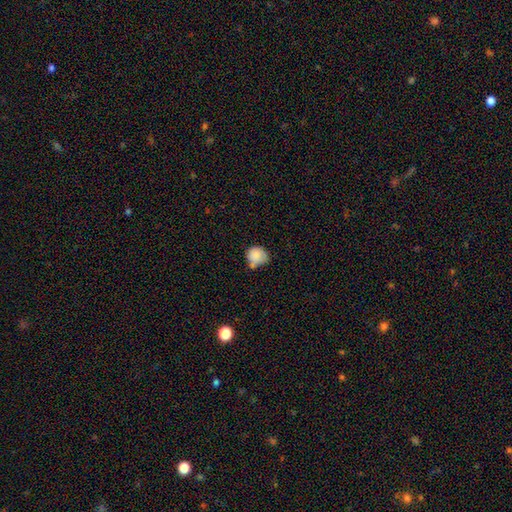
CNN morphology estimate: Smooth or featured? Predicted: smooth (p=0.83). How rounded? Predicted: round (p=0.81). Merging? Predicted: none (p=0.47).